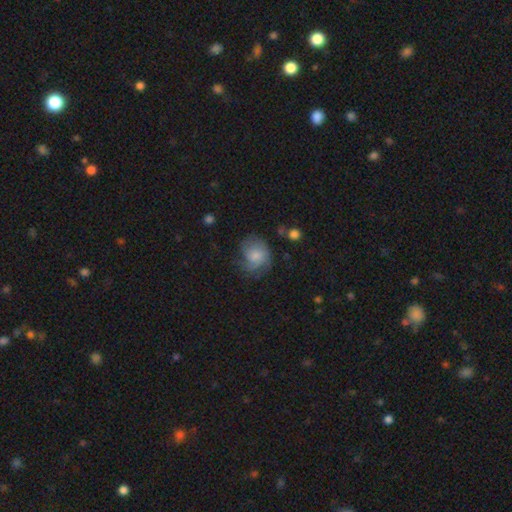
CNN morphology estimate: Smooth or featured: featured or disk — 49% (smooth — 43%)
Merging: none — 56% (minor disturbance — 25%)